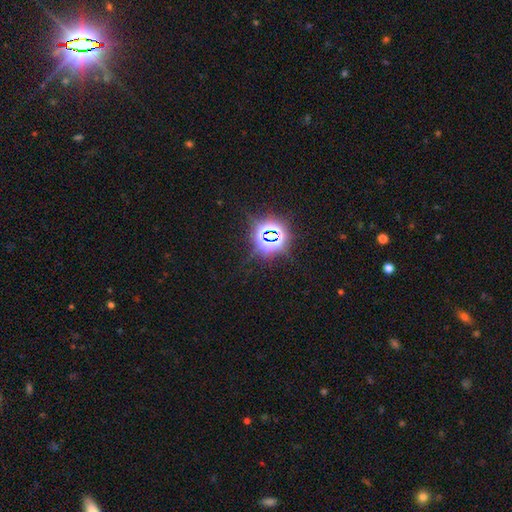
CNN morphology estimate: smooth-or-featured: star or artifact: 83% | smooth: 11% | featured or disk: 6%